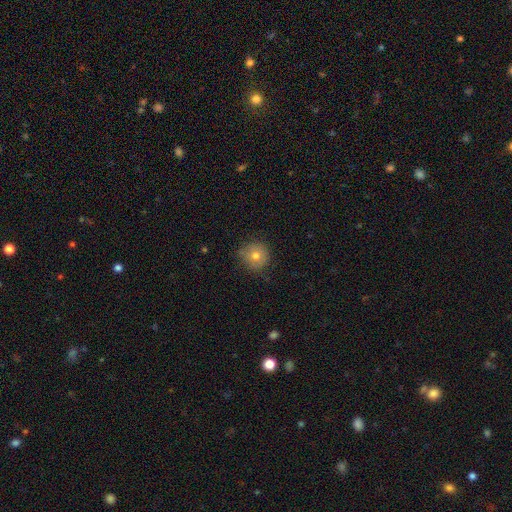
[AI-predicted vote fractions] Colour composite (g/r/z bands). It shows a smooth galaxy with no disk features (75%) that is round (94%). Merging: none (79%).